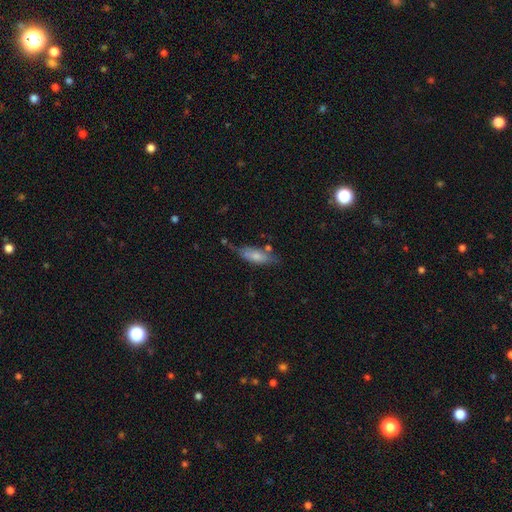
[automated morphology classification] Smooth or featured? smooth (69%)
How rounded? in between (60%)
Merging? none (53%)